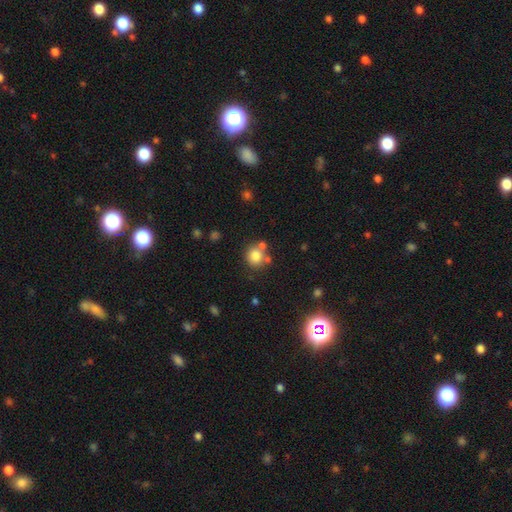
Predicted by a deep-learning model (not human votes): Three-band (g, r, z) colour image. It shows a smooth galaxy with no disk features (80%) that is round (87%). Merging: none (65%).